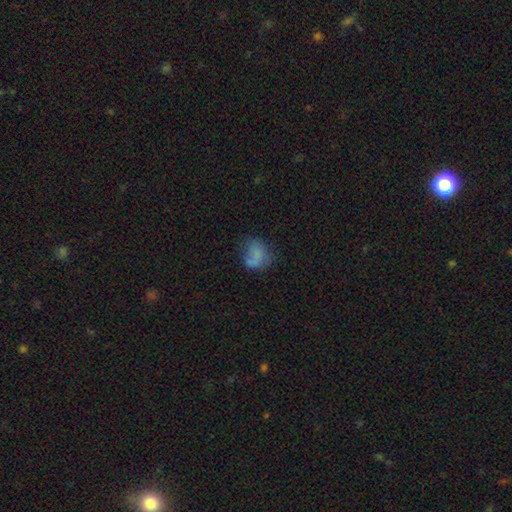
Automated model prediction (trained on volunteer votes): A smooth galaxy with no disk features (68%) that is round (56%). Merging: none (49%).